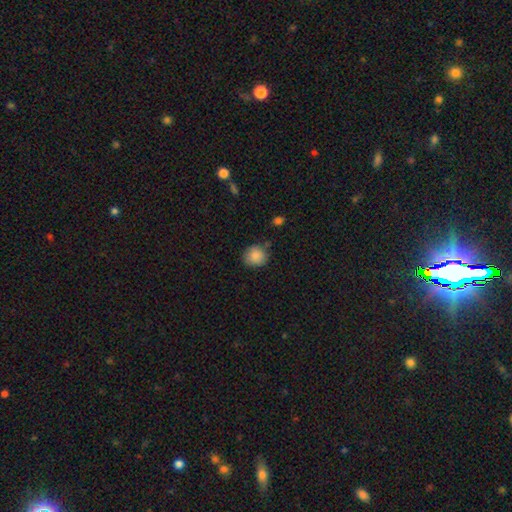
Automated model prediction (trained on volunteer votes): This appears to be a smooth galaxy with no disk features (87%) that is round (83%). Merging: none (77%).